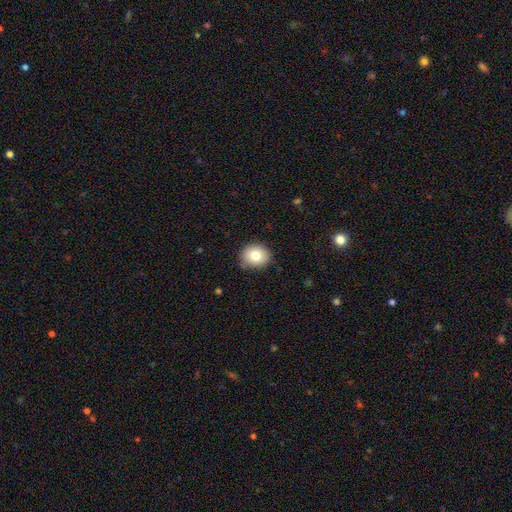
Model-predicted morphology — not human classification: A smooth galaxy with no disk features (79%) that is round (74%).

Vote fractions:
- Smooth or featured? smooth: 79% / featured or disk: 12% / star or artifact: 10%
- How rounded? round: 74% / in between: 25% / cigar-shaped: 1%
- Merging? none: 82% / minor disturbance: 14% / major disturbance: 3% / merger: 1%